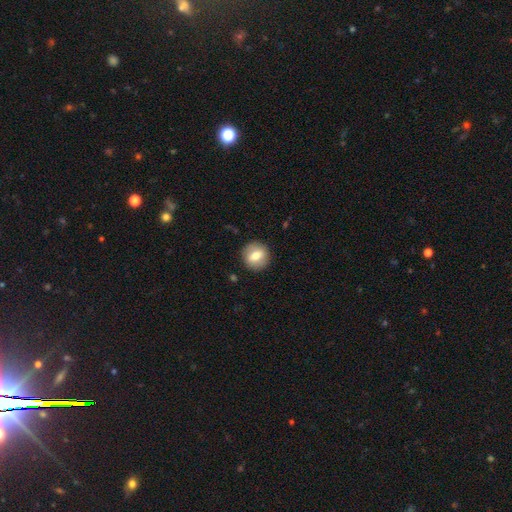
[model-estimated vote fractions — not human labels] smooth 68%, featured or disk 24%, star or artifact 8%. Down the decision tree: how rounded — round (86%); merging — none (89%).